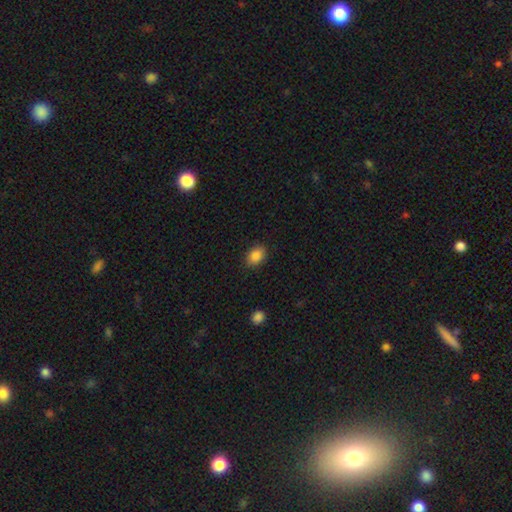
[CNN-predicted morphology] Overall: smooth (87%). How rounded: in between (74%). Merging: none (87%).